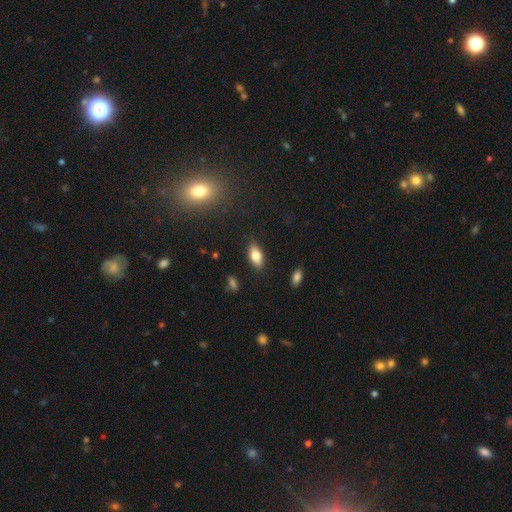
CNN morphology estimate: smooth_or_featured: smooth (p=0.77) [alt: featured or disk p=0.15]
how_rounded: in between (p=0.87) [alt: cigar-shaped p=0.10]
merging: none (p=0.85) [alt: minor disturbance p=0.11]